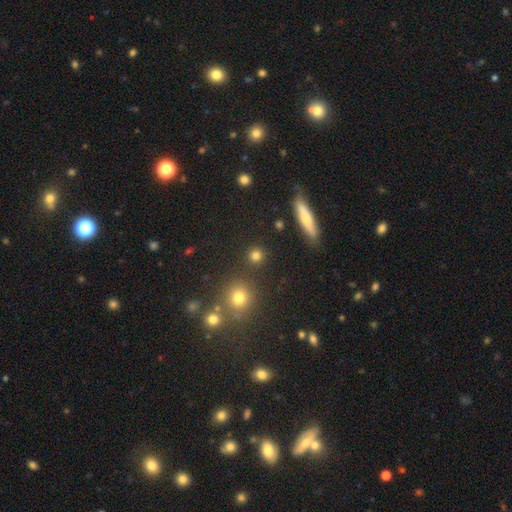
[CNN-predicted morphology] This is likely a smooth galaxy (79%). How rounded: clearly round (91%). Merging: clearly none (88%).